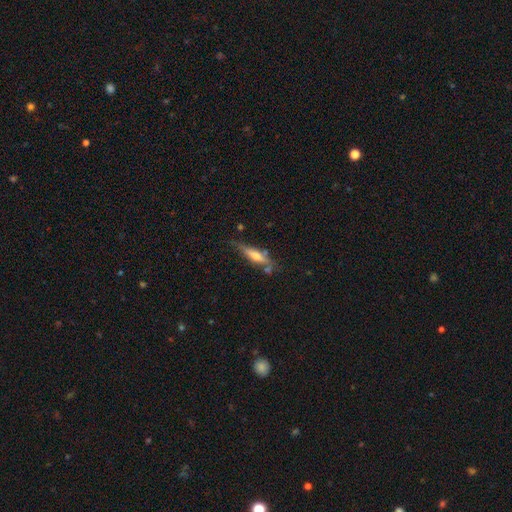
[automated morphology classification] Smooth or featured? featured or disk (51%)
Edge-on disk? yes (86%)
Merging? none (63%)